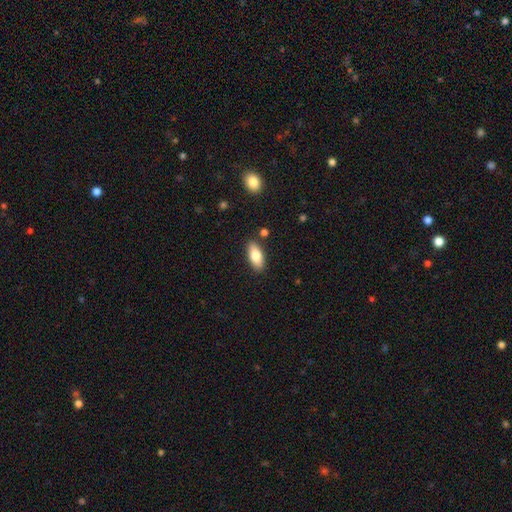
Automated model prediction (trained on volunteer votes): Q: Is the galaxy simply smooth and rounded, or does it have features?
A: smooth — 79%.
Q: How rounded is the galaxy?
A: in between — 85%.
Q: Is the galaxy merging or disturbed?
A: none — 86%.